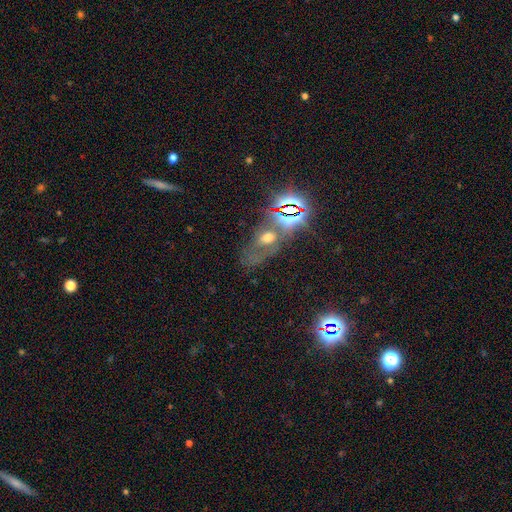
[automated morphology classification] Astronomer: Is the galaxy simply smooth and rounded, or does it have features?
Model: star or artifact — 48% (runner-up: featured or disk, 31%).